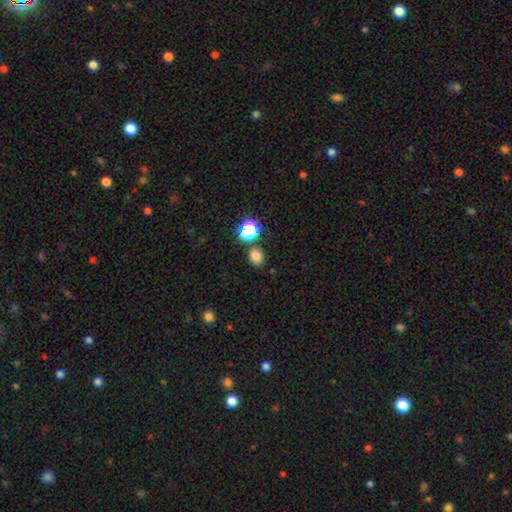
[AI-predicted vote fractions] smooth_or_featured: smooth (p=0.78) [alt: star or artifact p=0.17]
how_rounded: round (p=0.61) [alt: in between p=0.38]
merging: none (p=0.79) [alt: minor disturbance p=0.09]